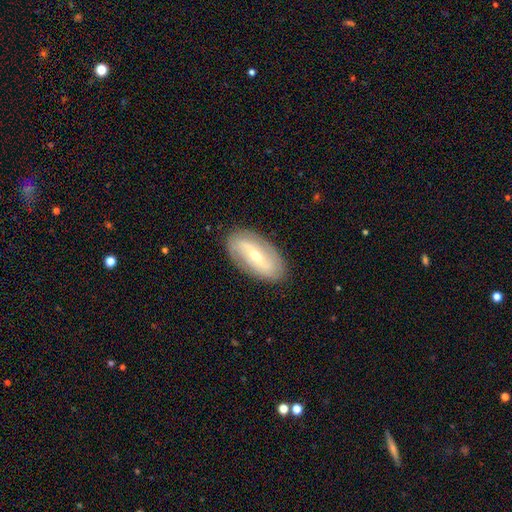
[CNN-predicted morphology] Smooth or featured? featured or disk (69%)
Edge-on disk? no (88%)
Bar? strong (43%)
Spiral arms? yes (67%)
Bulge size? small (50%)
Merging? none (86%)